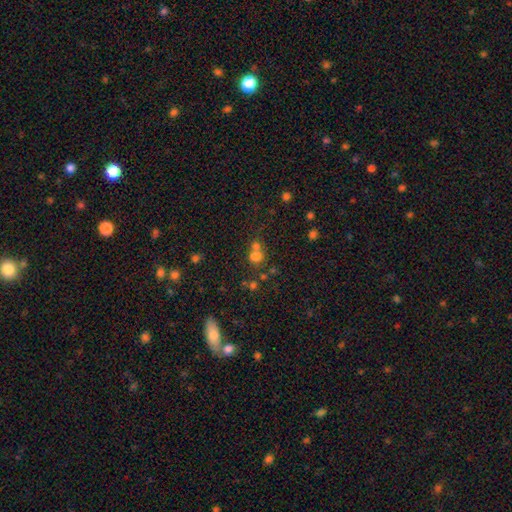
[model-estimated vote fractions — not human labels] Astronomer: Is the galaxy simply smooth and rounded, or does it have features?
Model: smooth — 67%.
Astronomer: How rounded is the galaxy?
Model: round — 75%.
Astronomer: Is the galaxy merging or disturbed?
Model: merger — 45% (runner-up: none, 43%).